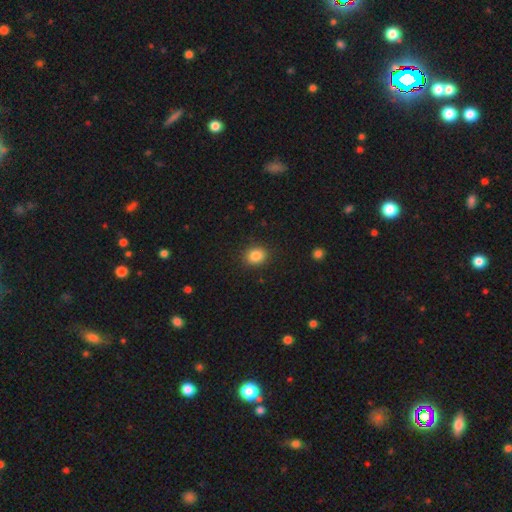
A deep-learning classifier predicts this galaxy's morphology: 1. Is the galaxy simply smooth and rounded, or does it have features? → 85% smooth, 10% star or artifact, 5% featured or disk.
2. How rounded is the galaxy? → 60% round, 39% in between, 1% cigar-shaped.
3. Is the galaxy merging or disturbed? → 89% none, 7% minor disturbance, 2% major disturbance, 1% merger.